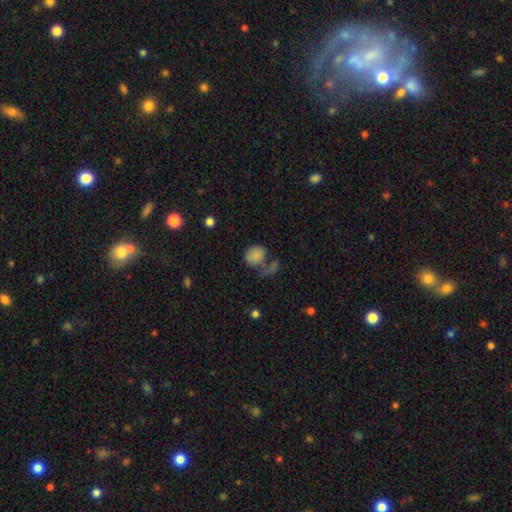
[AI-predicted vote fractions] Smooth or featured: smooth — 79% (featured or disk — 11%)
How rounded: round — 56% (in between — 43%)
Merging: none — 44% (merger — 26%)